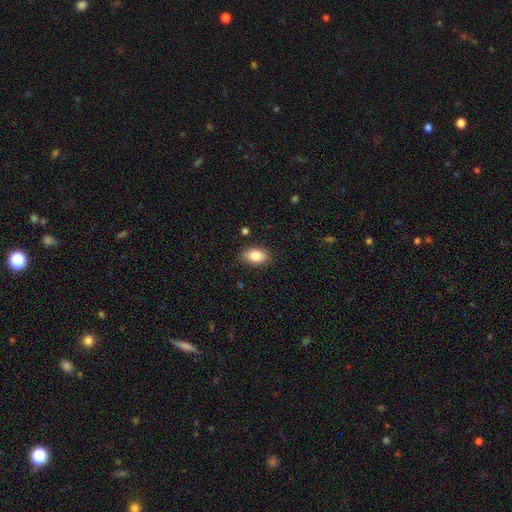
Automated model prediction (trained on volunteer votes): Smooth or featured?
  - smooth: 84% *
  - featured or disk: 8%
  - star or artifact: 7%
How rounded?
  - in between: 90% *
  - round: 8%
  - cigar-shaped: 3%
Merging?
  - none: 85% *
  - minor disturbance: 11%
  - major disturbance: 2%
  - merger: 1%